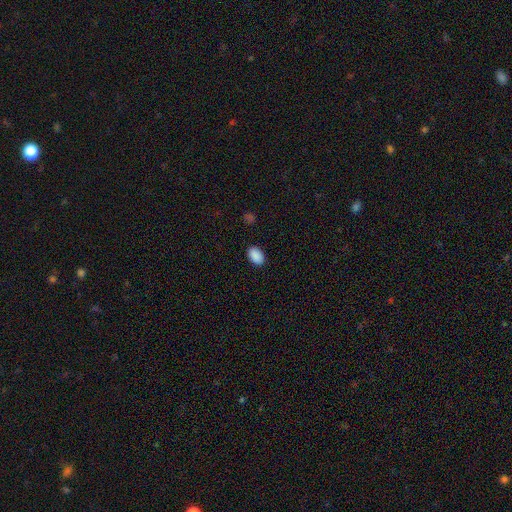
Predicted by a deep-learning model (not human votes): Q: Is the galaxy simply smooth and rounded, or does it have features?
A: smooth — 90%.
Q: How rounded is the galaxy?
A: in between — 89%.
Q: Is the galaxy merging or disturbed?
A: none — 89%.